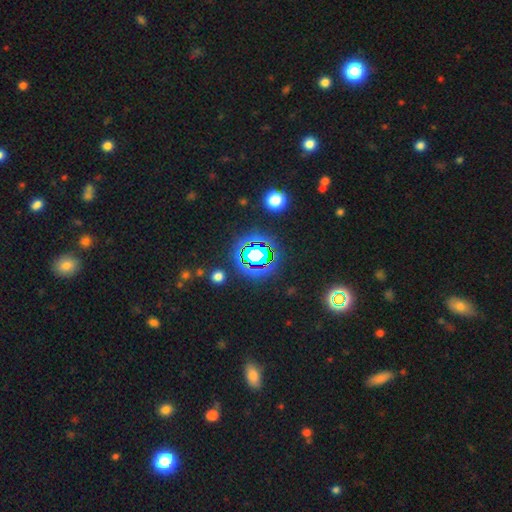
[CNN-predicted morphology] Smooth or featured? Predicted: star or artifact (p=0.72).